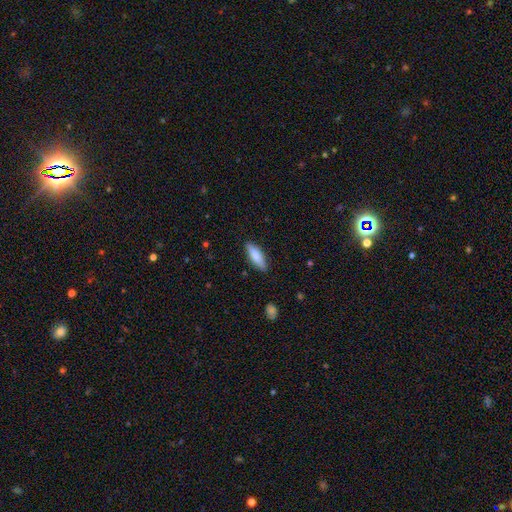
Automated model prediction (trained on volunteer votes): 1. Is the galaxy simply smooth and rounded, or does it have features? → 77% smooth, 17% featured or disk, 6% star or artifact.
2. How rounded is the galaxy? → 49% in between (tied), 49% cigar-shaped (tied), 2% round.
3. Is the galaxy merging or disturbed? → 86% none, 11% minor disturbance, 2% major disturbance, 1% merger.